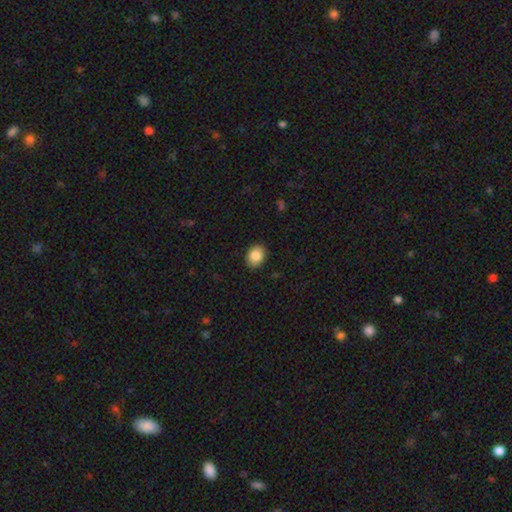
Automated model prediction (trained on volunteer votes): This appears to be a smooth galaxy with no disk features (87%) that is in between round and cigar-shaped (58%). Merging: none (90%).